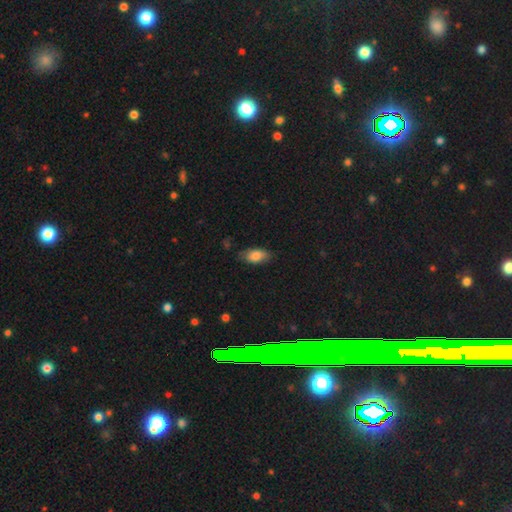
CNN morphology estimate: Smooth or featured? smooth (82%)
How rounded? in between (90%)
Merging? none (75%)